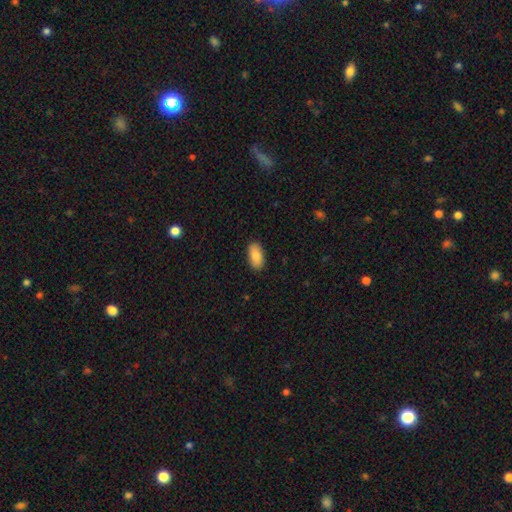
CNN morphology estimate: type=smooth (87%); roundness=in between (94%); merging=none (89%).